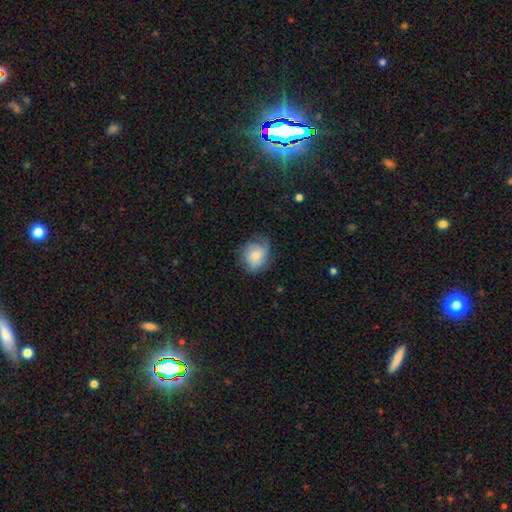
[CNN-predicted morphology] Smooth or featured?
  - smooth: 74% *
  - featured or disk: 19%
  - star or artifact: 7%
How rounded?
  - round: 61% *
  - in between: 39%
  - cigar-shaped: 1%
Merging?
  - none: 62% *
  - minor disturbance: 28%
  - major disturbance: 9%
  - merger: 1%